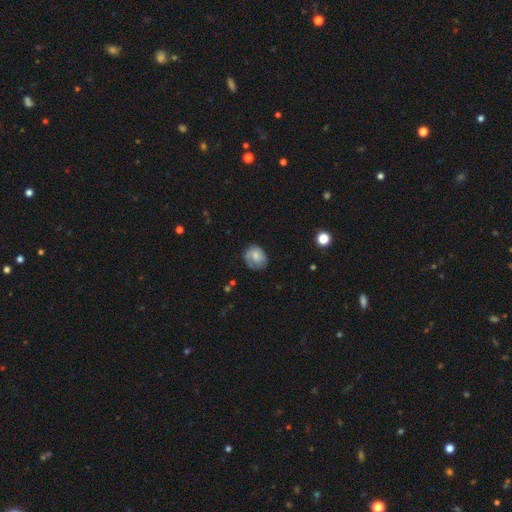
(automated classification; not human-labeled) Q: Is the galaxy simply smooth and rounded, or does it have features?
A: smooth — 54%.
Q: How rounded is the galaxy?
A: round — 65%.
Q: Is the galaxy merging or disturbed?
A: none — 61%.